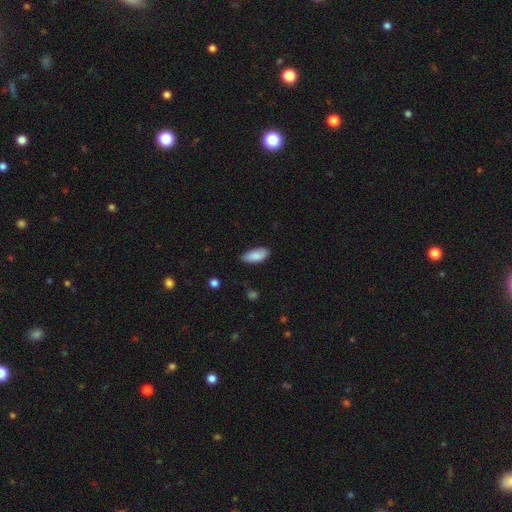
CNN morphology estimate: Overall: smooth (88%). How rounded: in between (88%). Merging: none (81%).